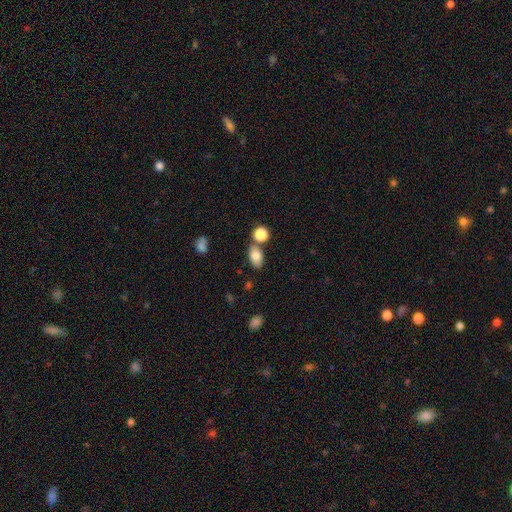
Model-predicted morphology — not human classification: Smooth or featured: smooth — 81% (featured or disk — 10%)
How rounded: in between — 87% (round — 10%)
Merging: none — 68% (merger — 17%)